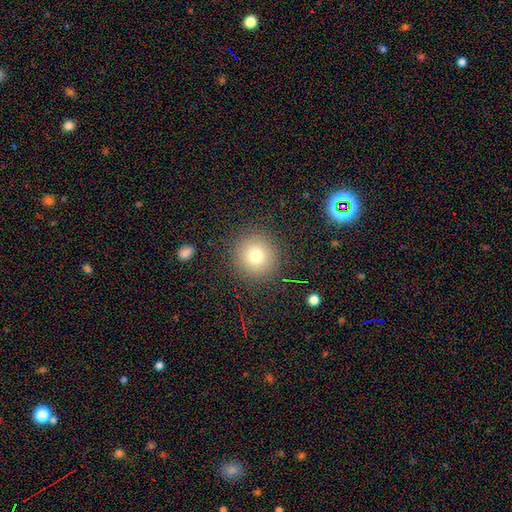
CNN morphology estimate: smooth 75%, star or artifact 14%, featured or disk 10%. Down the decision tree: how rounded — round (94%); merging — none (88%).